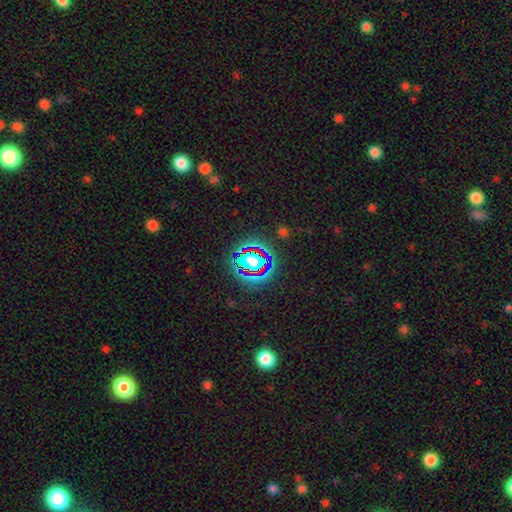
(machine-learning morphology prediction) This is likely a star or artifact rather than a galaxy (77%).